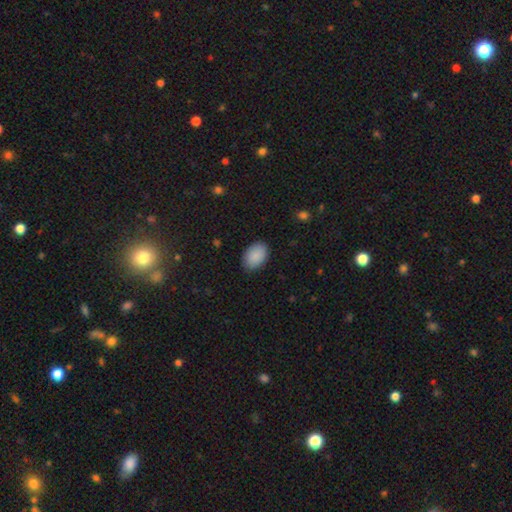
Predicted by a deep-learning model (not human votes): Smooth or featured? Predicted: smooth (p=0.89). How rounded? Predicted: in between (p=0.87). Merging? Predicted: none (p=0.87).